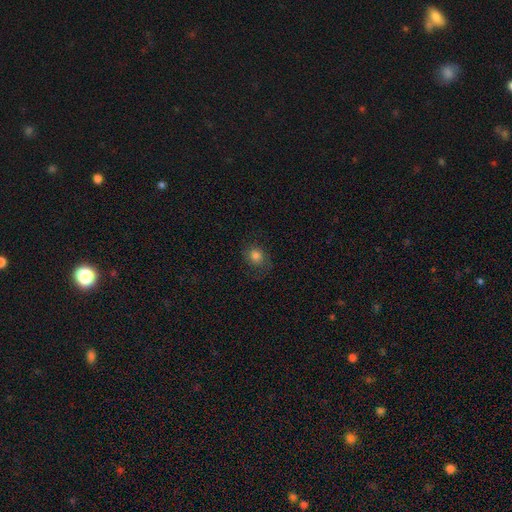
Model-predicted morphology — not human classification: The model was most divided on "how rounded": round: 64%, in between: 35%, cigar-shaped: 1%. More confident: smooth or featured — smooth (74%); merging — none (69%).